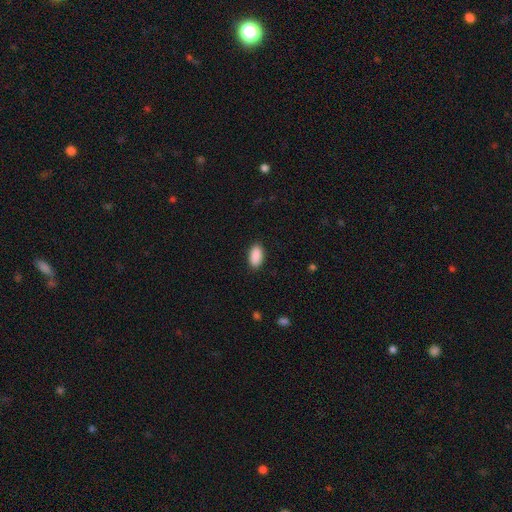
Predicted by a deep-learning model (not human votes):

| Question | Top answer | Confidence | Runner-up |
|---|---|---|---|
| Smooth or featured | smooth | 91% | star or artifact (7%) |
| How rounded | in between | 94% | round (3%) |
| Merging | none | 89% | minor disturbance (8%) |